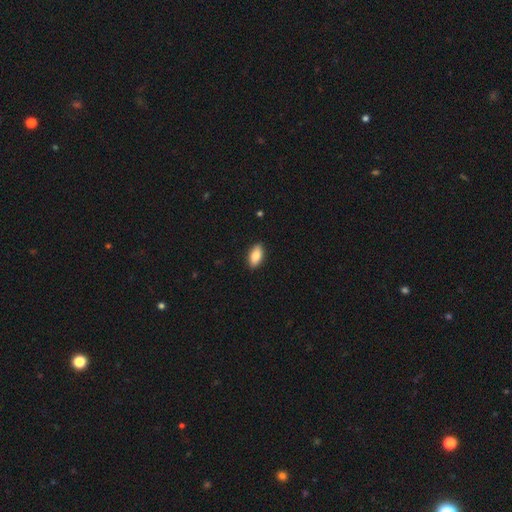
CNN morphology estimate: Smooth or featured?
  - smooth: 84% *
  - featured or disk: 10%
  - star or artifact: 7%
How rounded?
  - in between: 91% *
  - cigar-shaped: 6%
  - round: 3%
Merging?
  - none: 90% *
  - minor disturbance: 7%
  - major disturbance: 2%
  - merger: 1%